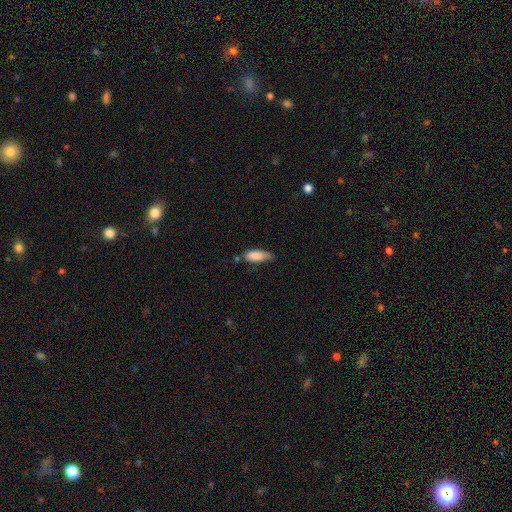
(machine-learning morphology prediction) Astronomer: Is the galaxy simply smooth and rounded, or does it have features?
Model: smooth — 85%.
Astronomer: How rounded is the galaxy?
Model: in between — 71%.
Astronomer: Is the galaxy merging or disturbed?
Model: none — 47% (runner-up: minor disturbance, 39%).